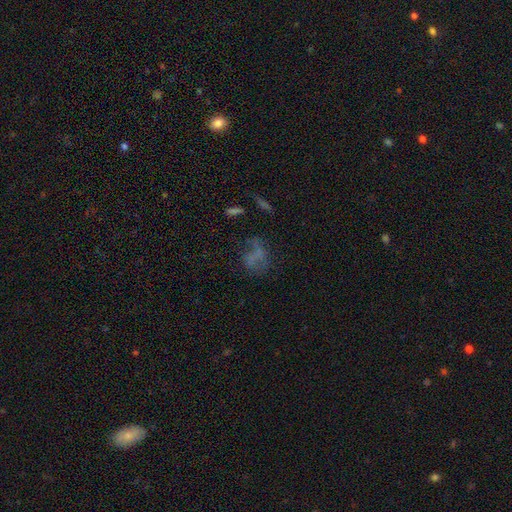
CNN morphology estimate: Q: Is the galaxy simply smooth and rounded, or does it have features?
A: smooth — 43%.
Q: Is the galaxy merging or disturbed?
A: none — 44%.